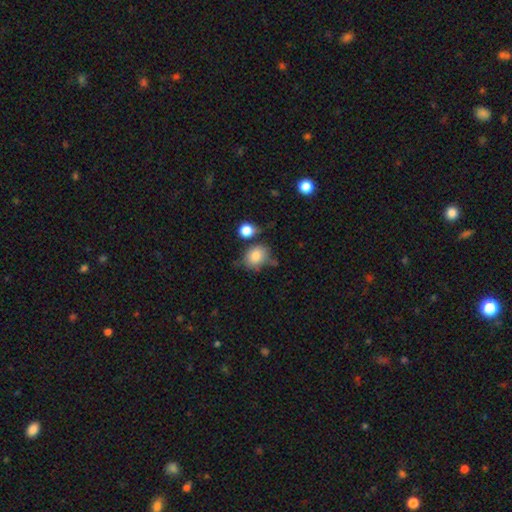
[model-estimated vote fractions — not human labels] A smooth galaxy with no disk features (82%) that is round (52%).

Vote fractions:
- Smooth or featured? smooth: 82% / featured or disk: 9% / star or artifact: 9%
- How rounded? round: 52% / in between: 47% / cigar-shaped: 1%
- Merging? none: 58% / minor disturbance: 22% / merger: 13% / major disturbance: 7%